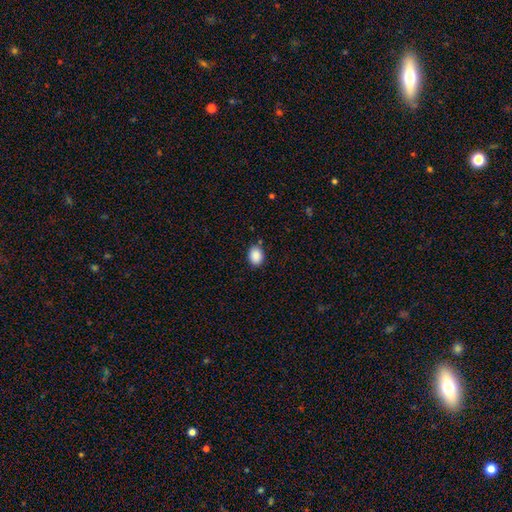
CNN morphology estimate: The model was most divided on "how rounded": in between: 59%, round: 41%, cigar-shaped: 1%. More confident: smooth or featured — smooth (89%); merging — none (85%).